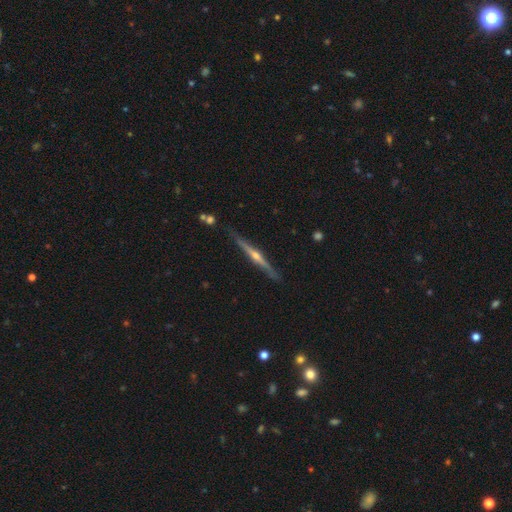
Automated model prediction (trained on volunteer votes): The model was most divided on "smooth or featured": featured or disk: 84%, smooth: 11%, star or artifact: 6%. More confident: edge-on disk — yes (98%); edge-on bulge — rounded (89%); merging — none (88%).